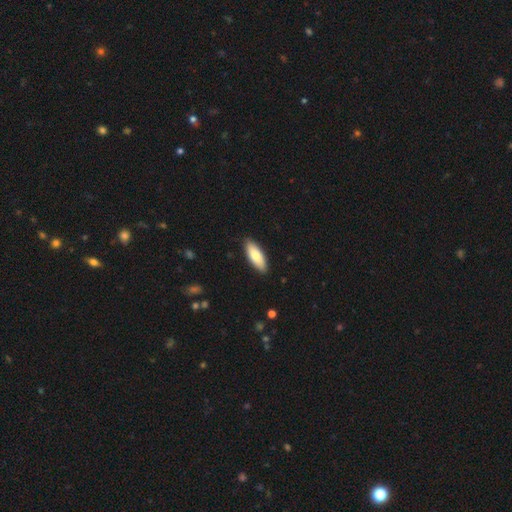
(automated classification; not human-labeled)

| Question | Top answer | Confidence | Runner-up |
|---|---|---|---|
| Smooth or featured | smooth | 79% | featured or disk (16%) |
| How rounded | in between | 69% | cigar-shaped (29%) |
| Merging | none | 89% | minor disturbance (8%) |